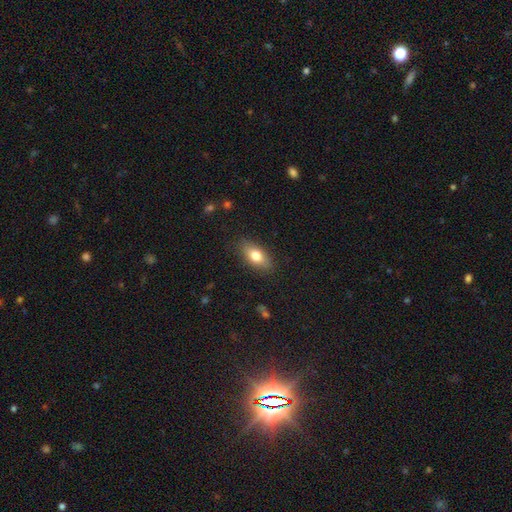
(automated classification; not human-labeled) smooth-or-featured: smooth: 76% | featured or disk: 17% | star or artifact: 7%
  how-rounded: in between: 84% | cigar-shaped: 10% | round: 6%
  merging: none: 84% | minor disturbance: 12% | major disturbance: 3% | merger: 1%